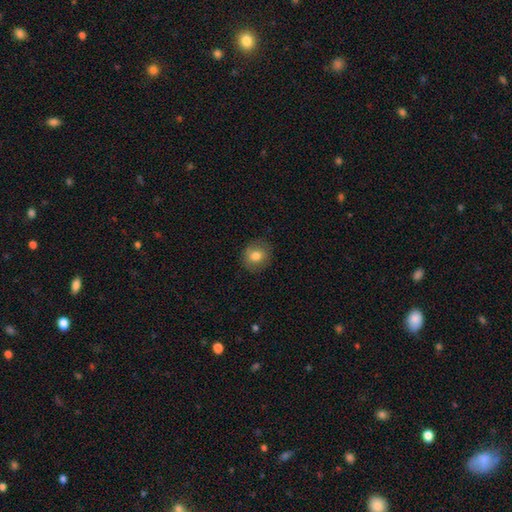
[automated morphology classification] Overall: smooth (78%). How rounded: round (76%). Merging: none (84%).